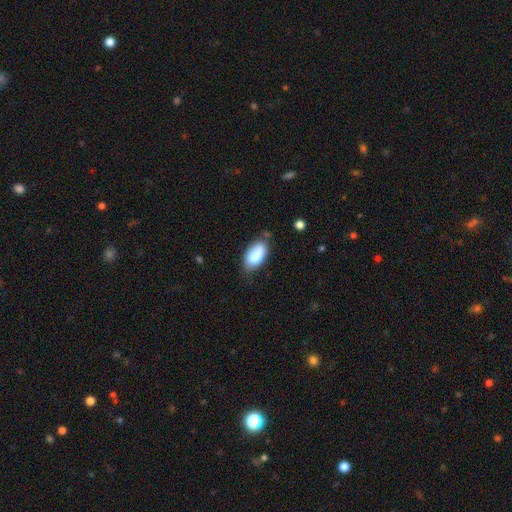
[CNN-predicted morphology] A smooth galaxy with no disk features (82%) that is in between round and cigar-shaped (92%). Merging: none (61%).